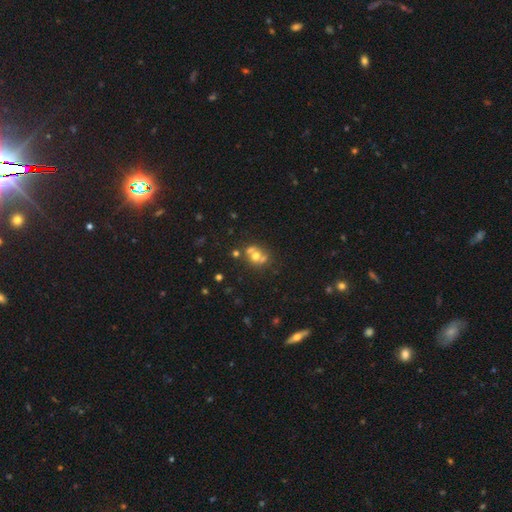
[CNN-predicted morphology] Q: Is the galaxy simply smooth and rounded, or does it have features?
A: smooth — 55%.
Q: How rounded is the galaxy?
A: round — 71%.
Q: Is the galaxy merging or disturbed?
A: none — 43%.